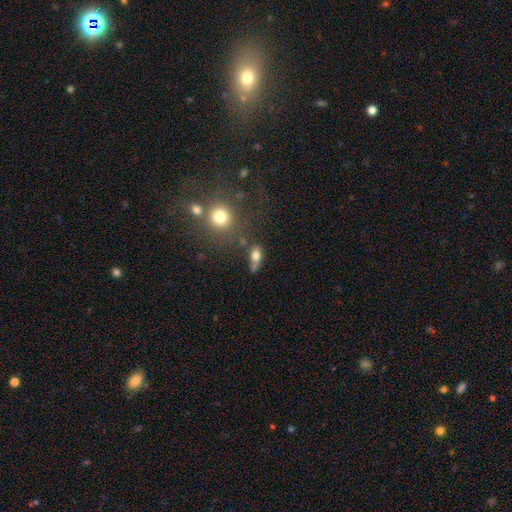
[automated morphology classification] Smooth or featured? Predicted: smooth (p=0.73). How rounded? Predicted: in between (p=0.74). Merging? Predicted: none (p=0.49).